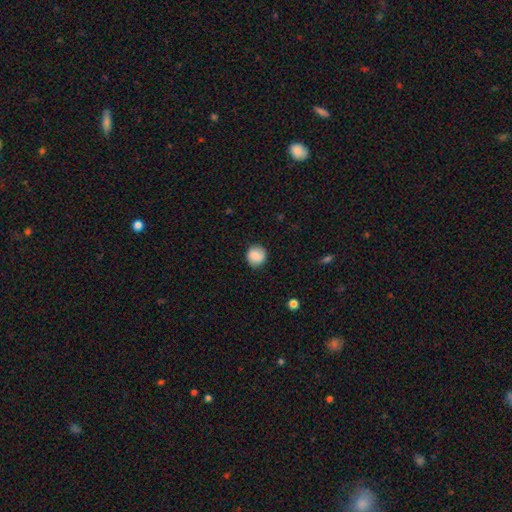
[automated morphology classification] Smooth or featured: smooth — 84% (featured or disk — 8%)
How rounded: round — 91% (in between — 8%)
Merging: none — 87% (minor disturbance — 10%)